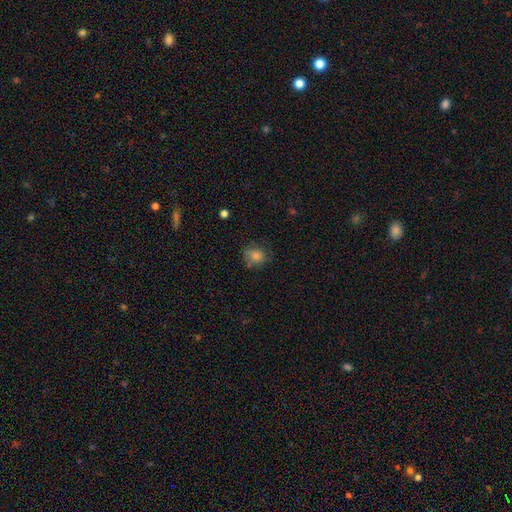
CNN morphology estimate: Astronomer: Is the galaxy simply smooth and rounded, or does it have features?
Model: smooth — 76%.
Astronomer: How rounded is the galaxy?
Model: round — 63%.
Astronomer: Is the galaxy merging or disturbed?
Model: none — 65%.